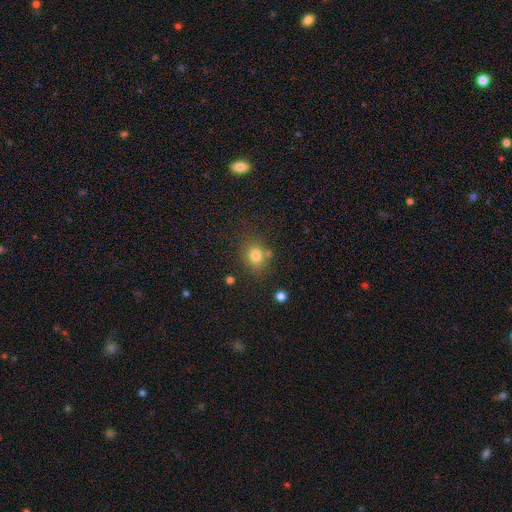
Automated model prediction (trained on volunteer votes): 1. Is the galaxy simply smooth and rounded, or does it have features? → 77% smooth, 13% star or artifact, 9% featured or disk.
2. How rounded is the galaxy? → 59% round, 40% in between, 1% cigar-shaped.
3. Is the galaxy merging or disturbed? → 71% none, 15% minor disturbance, 9% merger, 5% major disturbance.